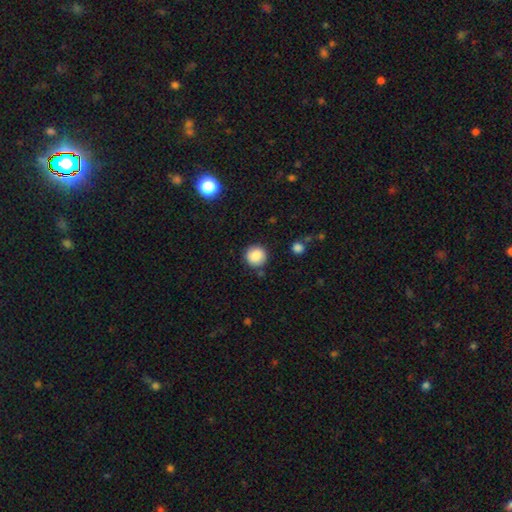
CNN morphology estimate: This is clearly a smooth galaxy (85%). How rounded: clearly round (94%). Merging: clearly none (86%).